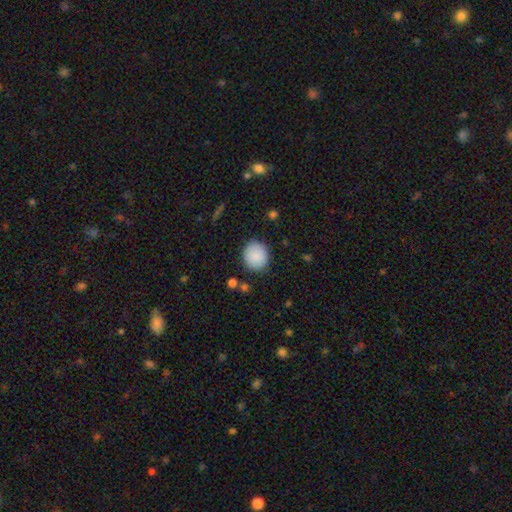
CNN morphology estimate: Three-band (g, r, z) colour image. It shows a smooth galaxy with no disk features (89%) that is round (82%). Merging: none (87%).